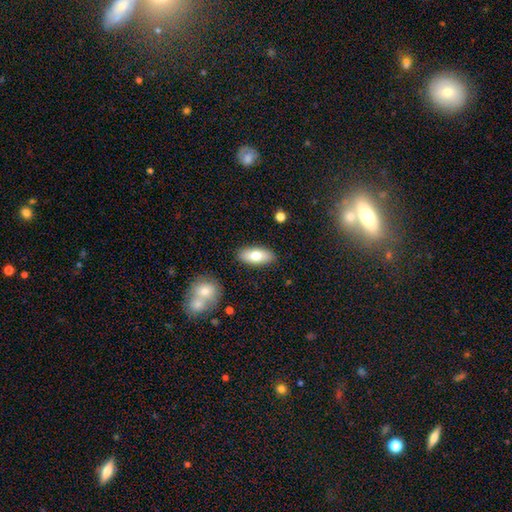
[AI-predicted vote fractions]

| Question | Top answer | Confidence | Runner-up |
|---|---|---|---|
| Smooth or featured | smooth | 75% | featured or disk (19%) |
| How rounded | in between | 83% | cigar-shaped (15%) |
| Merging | none | 87% | minor disturbance (9%) |